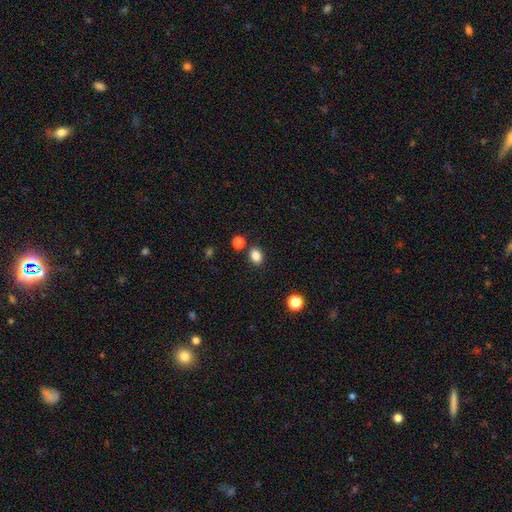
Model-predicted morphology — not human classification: Smooth or featured? smooth (85%)
How rounded? in between (62%)
Merging? none (82%)